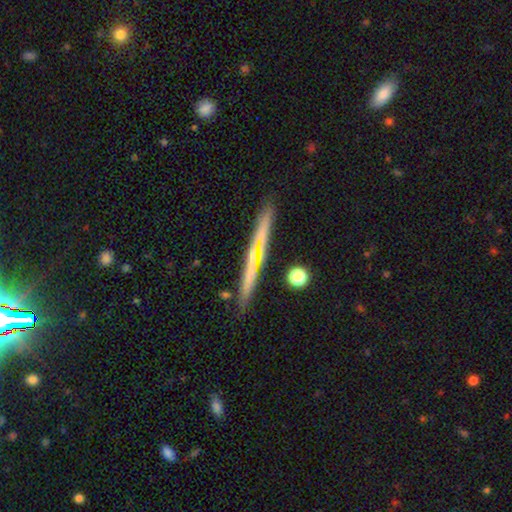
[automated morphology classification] A featured or disk galaxy (53%) viewed edge-on (94%). Merging: none (83%).